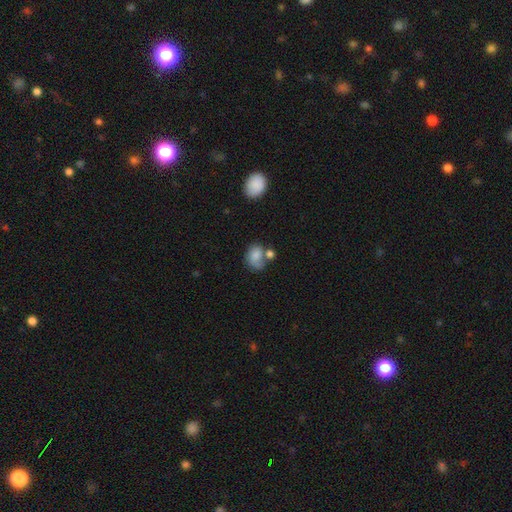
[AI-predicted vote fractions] smooth 73%, featured or disk 17%, star or artifact 9%. Down the decision tree: how rounded — in between (62%); merging — none (33%).